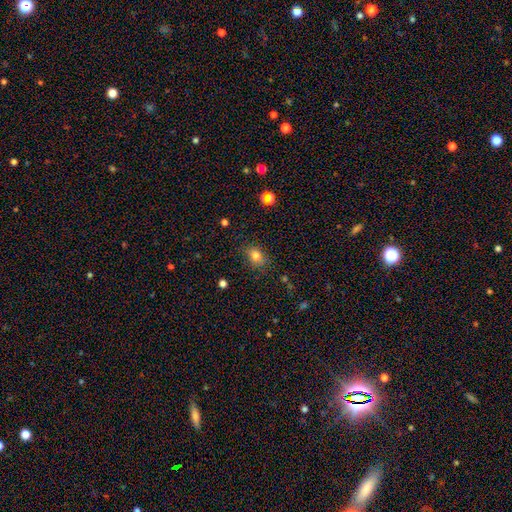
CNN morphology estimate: Smooth or featured? Predicted: smooth (p=0.80). How rounded? Predicted: in between (p=0.64). Merging? Predicted: none (p=0.79).